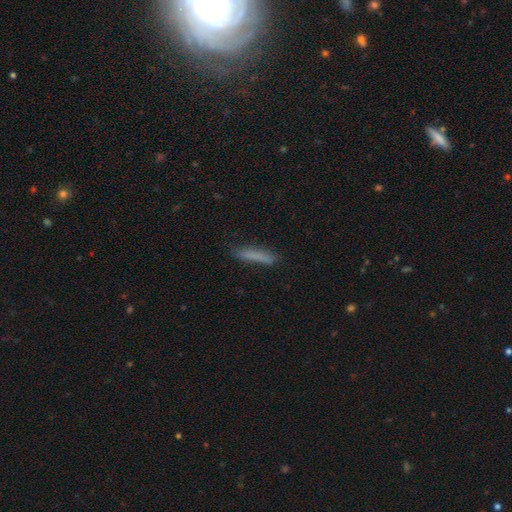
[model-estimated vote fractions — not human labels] smooth_or_featured: smooth (p=0.77) [alt: featured or disk p=0.16]
how_rounded: cigar-shaped (p=0.93) [alt: in between p=0.06]
merging: none (p=0.82) [alt: minor disturbance p=0.13]